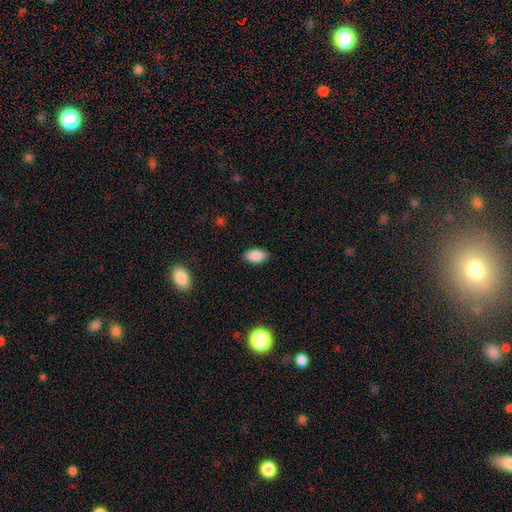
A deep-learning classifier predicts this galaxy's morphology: This appears to be a smooth galaxy with no disk features (88%) that is in between round and cigar-shaped (93%). Merging: none (87%).